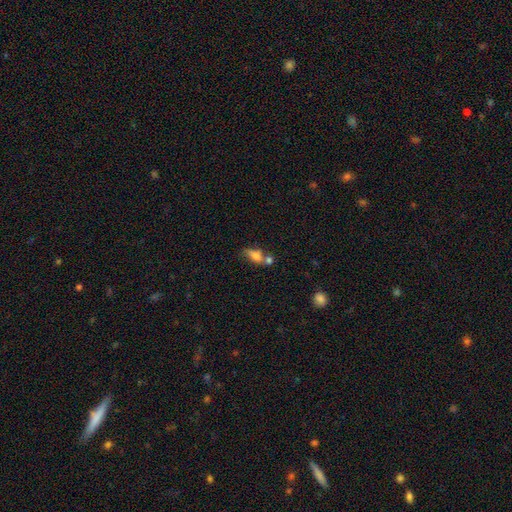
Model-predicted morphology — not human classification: A smooth galaxy with no disk features (70%) that is in between round and cigar-shaped (73%). Merging: merger (40%).